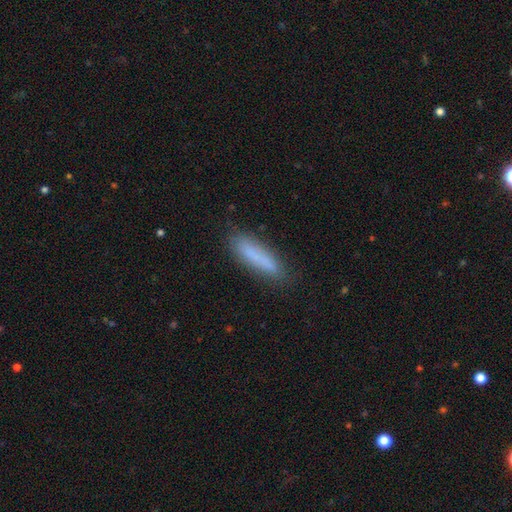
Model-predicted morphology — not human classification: smooth_or_featured: smooth (p=0.78) [alt: featured or disk p=0.14]
how_rounded: cigar-shaped (p=0.79) [alt: in between p=0.19]
merging: none (p=0.82) [alt: minor disturbance p=0.13]